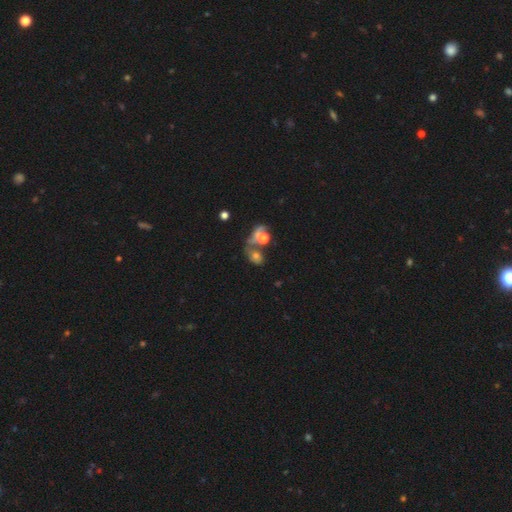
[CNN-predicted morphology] smooth-or-featured: smooth: 57% | featured or disk: 23% | star or artifact: 20%
  how-rounded: in between: 50% | round: 48% | cigar-shaped: 3%
  merging: merger: 48% | none: 30% | major disturbance: 11% | minor disturbance: 11%